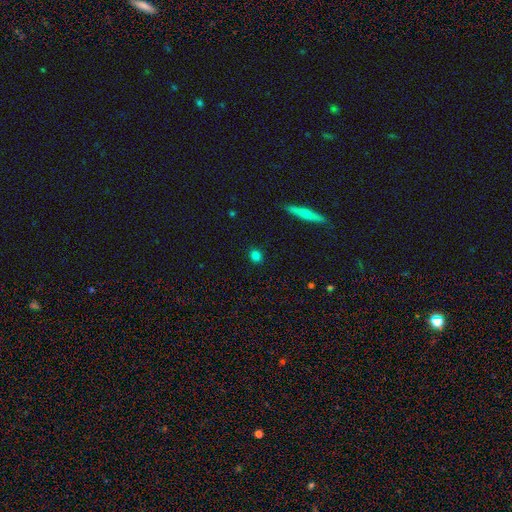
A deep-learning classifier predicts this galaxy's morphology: Smooth or featured?
  - smooth: 82% *
  - star or artifact: 12%
  - featured or disk: 6%
How rounded?
  - round: 68% *
  - in between: 28%
  - cigar-shaped: 4%
Merging?
  - none: 90% *
  - minor disturbance: 7%
  - major disturbance: 2%
  - merger: 1%